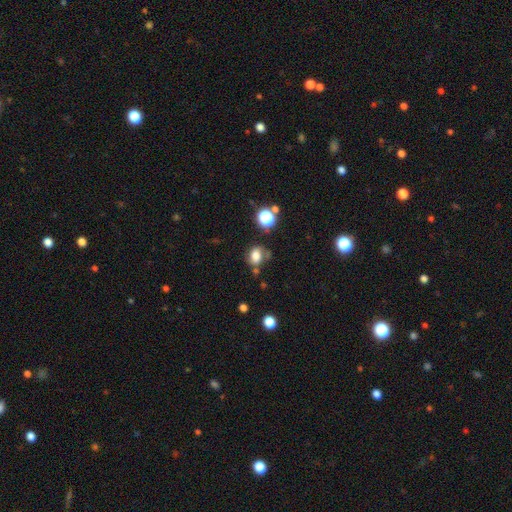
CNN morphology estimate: smooth-or-featured: smooth: 72% | star or artifact: 14% | featured or disk: 14%
  how-rounded: in between: 53% | round: 46% | cigar-shaped: 1%
  merging: none: 56% | minor disturbance: 25% | major disturbance: 11% | merger: 8%